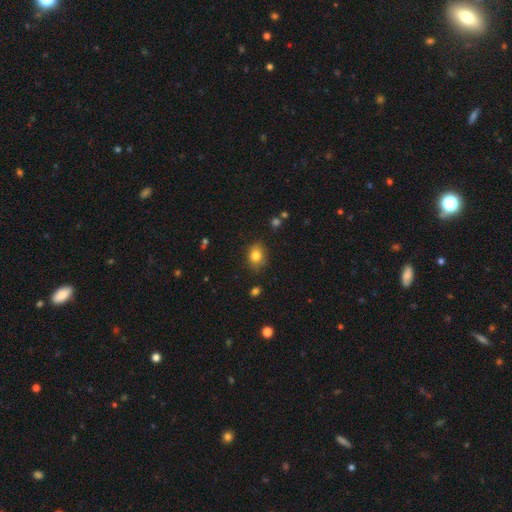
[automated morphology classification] smooth 81%, star or artifact 10%, featured or disk 8%. Down the decision tree: how rounded — in between (62%); merging — none (79%).